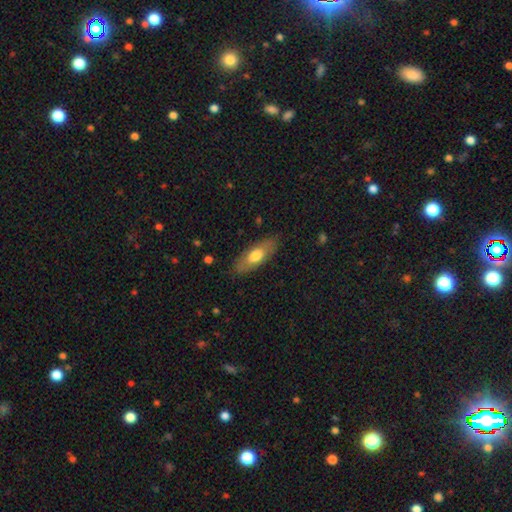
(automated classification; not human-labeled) smooth_or_featured: smooth (p=0.64) [alt: featured or disk p=0.30]
how_rounded: in between (p=0.74) [alt: cigar-shaped p=0.24]
merging: none (p=0.82) [alt: minor disturbance p=0.13]